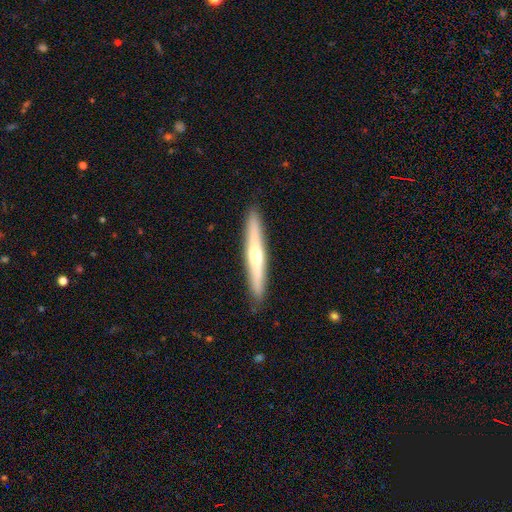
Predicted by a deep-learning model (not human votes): smooth_or_featured: featured or disk (p=0.58) [alt: smooth p=0.37]
disk_edge_on: yes (p=0.95) [alt: no p=0.05]
edge_on_bulge: rounded (p=0.82) [alt: none p=0.14]
merging: none (p=0.90) [alt: minor disturbance p=0.07]